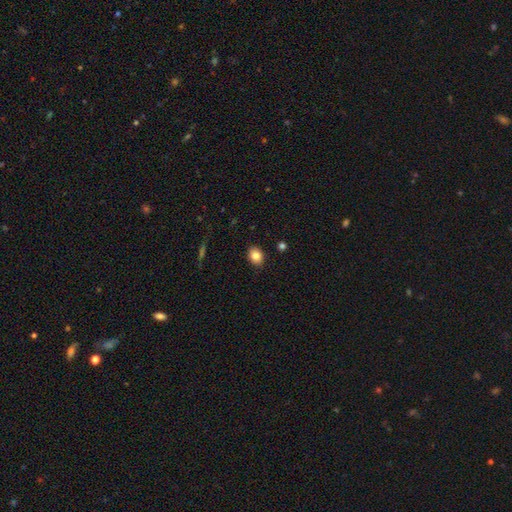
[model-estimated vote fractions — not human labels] Smooth or featured: smooth — 82% (star or artifact — 9%)
How rounded: in between — 60% (round — 39%)
Merging: none — 89% (minor disturbance — 8%)